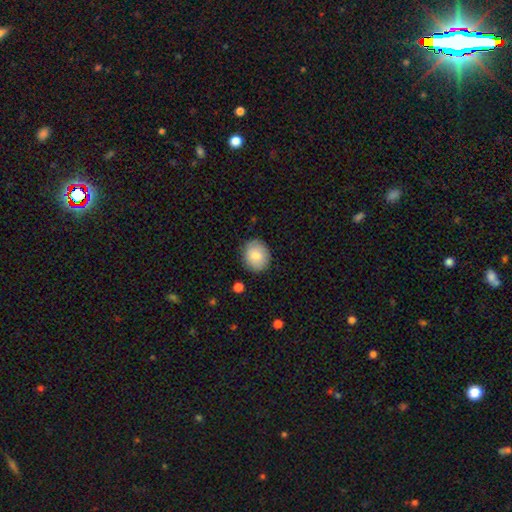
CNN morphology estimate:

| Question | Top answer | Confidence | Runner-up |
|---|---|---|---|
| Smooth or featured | smooth | 83% | featured or disk (10%) |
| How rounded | round | 64% | in between (35%) |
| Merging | none | 86% | minor disturbance (11%) |